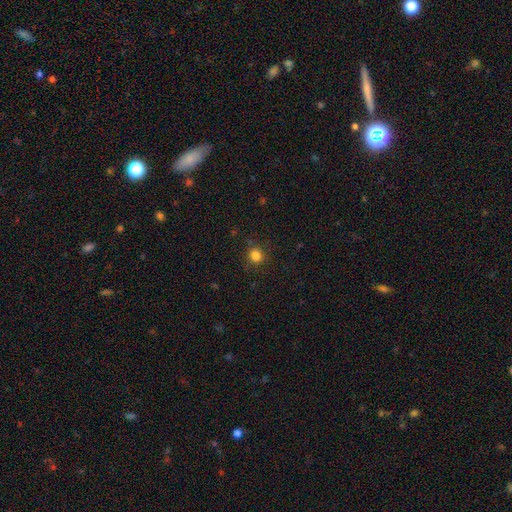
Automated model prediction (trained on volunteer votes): This is clearly a smooth galaxy (82%). How rounded: clearly round (87%). Merging: clearly none (84%).